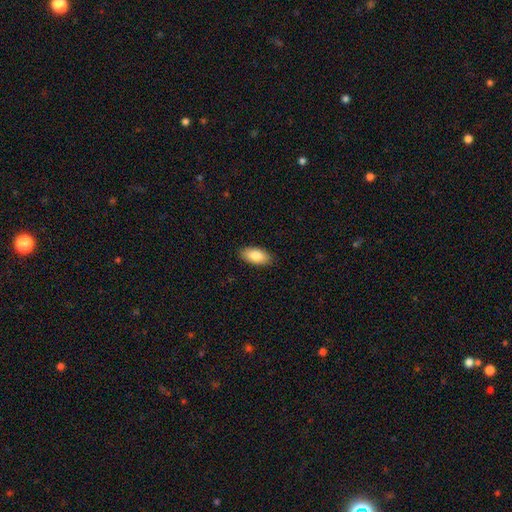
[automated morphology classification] Smooth or featured? smooth (85%)
How rounded? in between (92%)
Merging? none (89%)